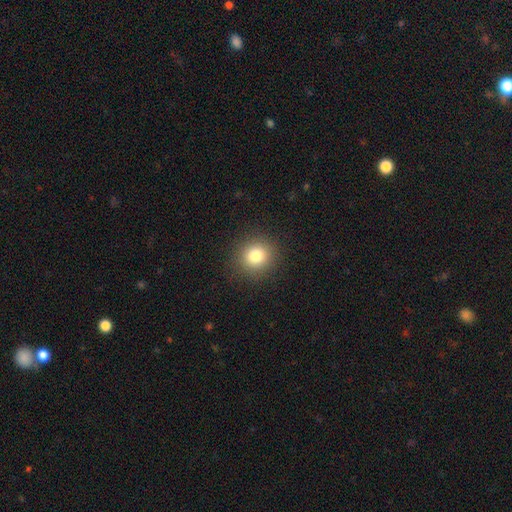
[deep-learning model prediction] Smooth or featured? Predicted: smooth (p=0.81). How rounded? Predicted: round (p=0.88). Merging? Predicted: none (p=0.91).